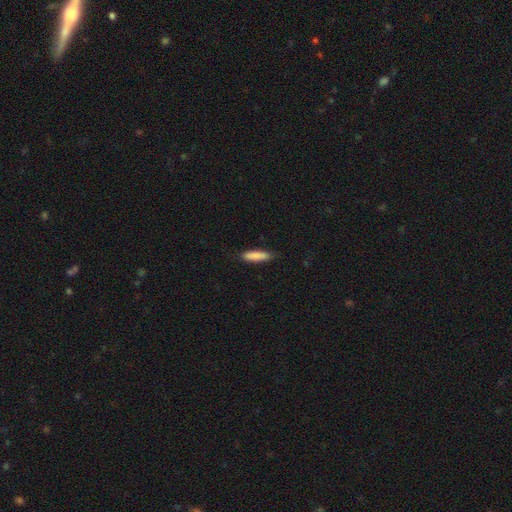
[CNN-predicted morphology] smooth_or_featured: smooth (p=0.86) [alt: featured or disk p=0.08]
how_rounded: cigar-shaped (p=0.72) [alt: in between p=0.26]
merging: none (p=0.82) [alt: minor disturbance p=0.15]